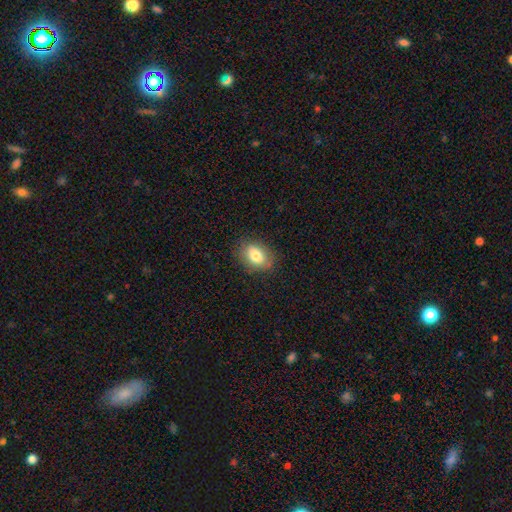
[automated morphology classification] A smooth galaxy with no disk features (77%) that is in between round and cigar-shaped (76%).

Vote fractions:
- Smooth or featured? smooth: 77% / featured or disk: 14% / star or artifact: 9%
- How rounded? in between: 76% / round: 23% / cigar-shaped: 1%
- Merging? none: 82% / minor disturbance: 14% / major disturbance: 4% / merger: 1%